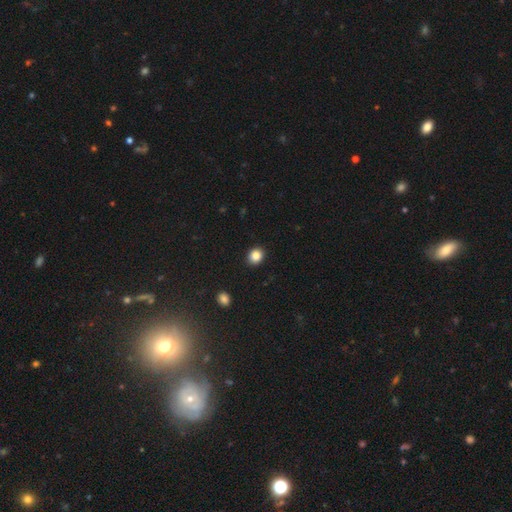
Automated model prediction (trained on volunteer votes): smooth-or-featured: smooth: 85% | star or artifact: 10% | featured or disk: 5%
  how-rounded: round: 72% | in between: 27% | cigar-shaped: 1%
  merging: none: 91% | minor disturbance: 6% | major disturbance: 2% | merger: 1%